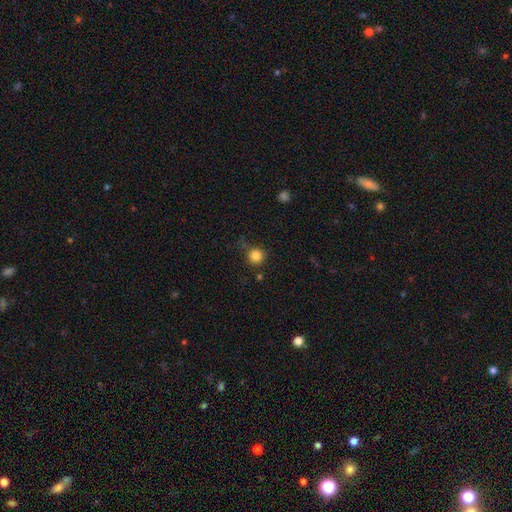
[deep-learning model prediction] A smooth galaxy with no disk features (84%) that is round (95%). Merging: none (85%).